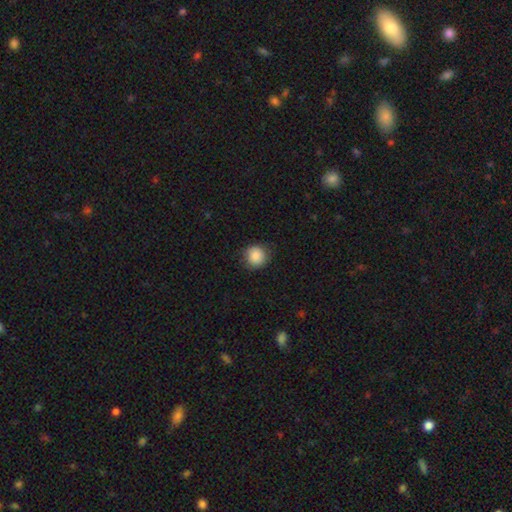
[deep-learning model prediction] A smooth galaxy with no disk features (87%) that is round (90%).

Vote fractions:
- Smooth or featured? smooth: 87% / star or artifact: 9% / featured or disk: 5%
- How rounded? round: 90% / in between: 9% / cigar-shaped: 1%
- Merging? none: 83% / minor disturbance: 13% / major disturbance: 3% / merger: 1%